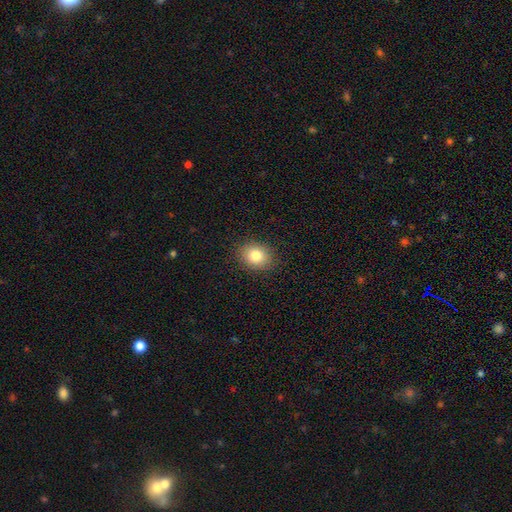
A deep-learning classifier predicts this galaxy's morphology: Overall: smooth (83%). How rounded: round (57%; in between 42%). Merging: none (89%).